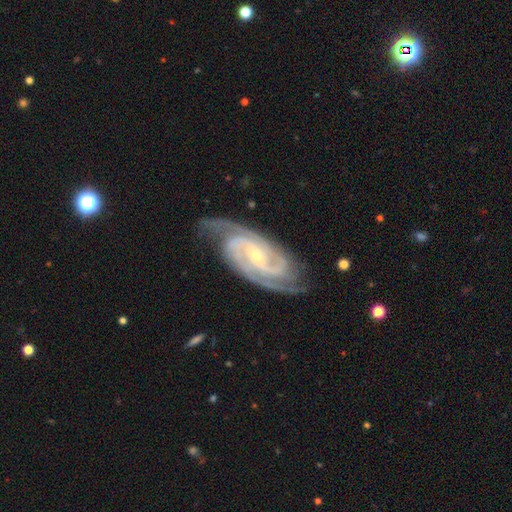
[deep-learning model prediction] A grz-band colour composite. It shows a featured or disk galaxy (92%) with a weak bar (38%), 2 (43%) tight (53%) spiral arms (99%) and a small central bulge (76%). Merging: none (75%).